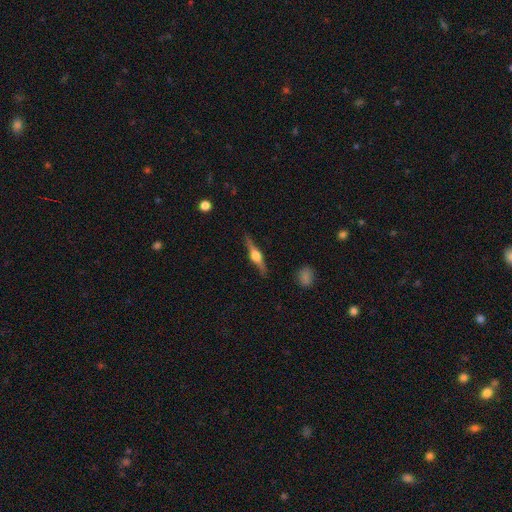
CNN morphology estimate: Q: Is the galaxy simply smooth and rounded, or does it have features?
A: featured or disk — 78%.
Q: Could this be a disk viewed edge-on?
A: yes — 98%.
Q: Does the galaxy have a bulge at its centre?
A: rounded — 94%.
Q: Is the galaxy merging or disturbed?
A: none — 88%.